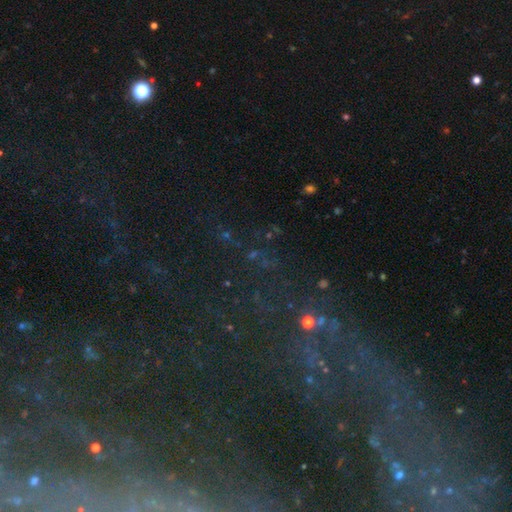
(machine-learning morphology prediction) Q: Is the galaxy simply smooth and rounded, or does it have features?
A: star or artifact — 73%.